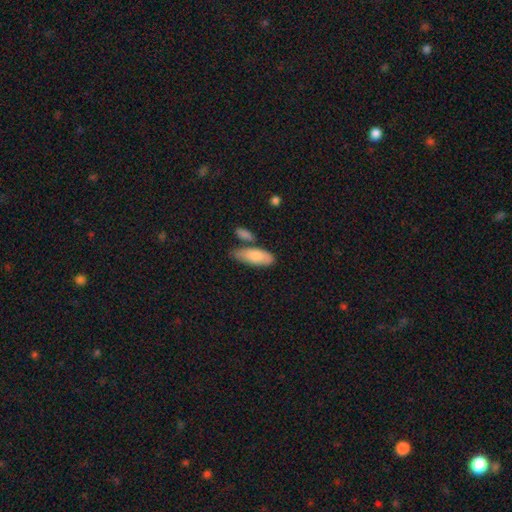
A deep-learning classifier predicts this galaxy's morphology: A smooth galaxy with no disk features (80%) that is in between round and cigar-shaped (76%).

Vote fractions:
- Smooth or featured? smooth: 80% / featured or disk: 14% / star or artifact: 5%
- How rounded? in between: 76% / cigar-shaped: 22% / round: 2%
- Merging? none: 58% / minor disturbance: 22% / merger: 15% / major disturbance: 5%